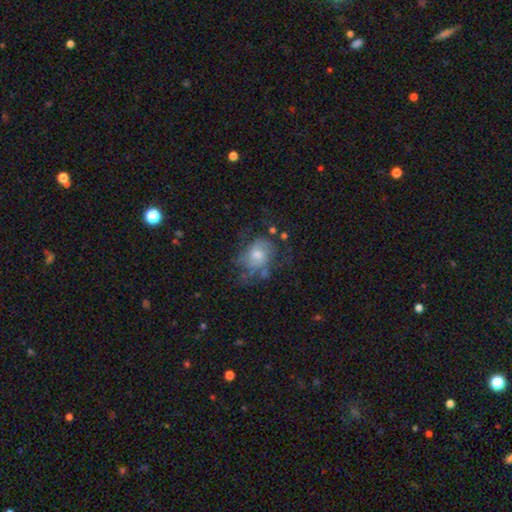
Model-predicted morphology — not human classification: This is possibly a featured or disk galaxy (51%). It is clearly not viewed edge-on (97%). Merging: marginally none (43%).